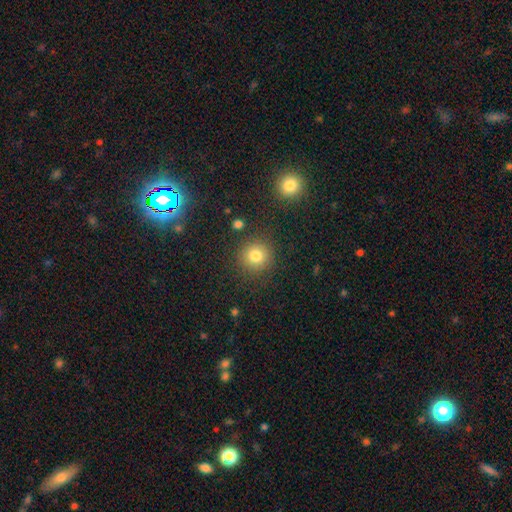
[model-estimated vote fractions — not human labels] The model was most divided on "smooth or featured": smooth: 80%, star or artifact: 13%, featured or disk: 7%. More confident: how rounded — round (92%); merging — none (86%).